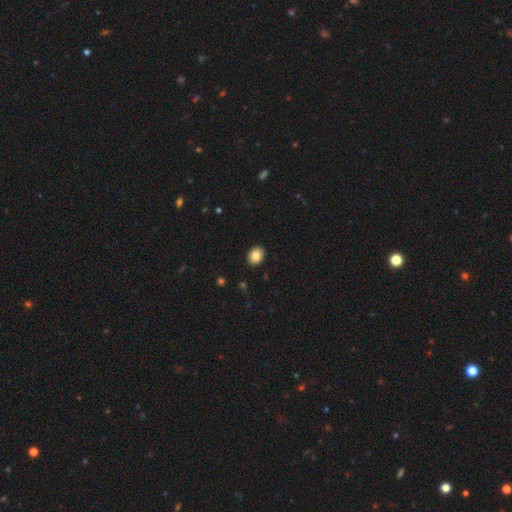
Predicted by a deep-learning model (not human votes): Q: Smooth or featured?
A: smooth (85%); runner-up: star or artifact (8%)
Q: How rounded?
A: in between (61%); runner-up: round (38%)
Q: Merging?
A: none (91%); runner-up: minor disturbance (7%)